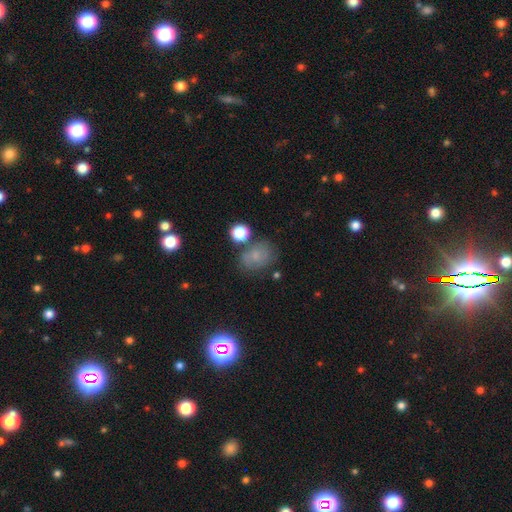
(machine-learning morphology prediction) Smooth or featured? smooth (61%)
How rounded? in between (50%)
Merging? none (62%)